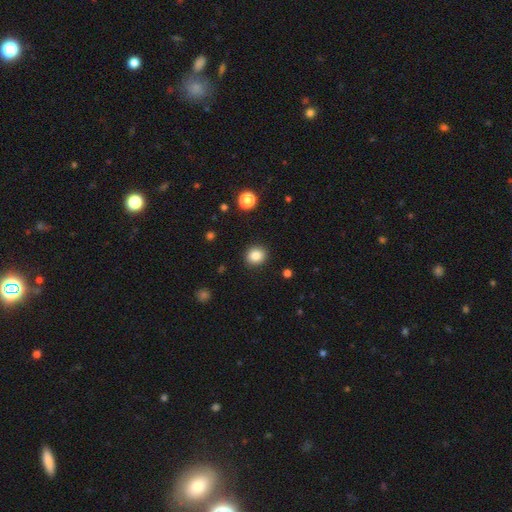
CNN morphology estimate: Smooth or featured?
  - smooth: 85% *
  - star or artifact: 10%
  - featured or disk: 5%
How rounded?
  - round: 79% *
  - in between: 21%
  - cigar-shaped: 1%
Merging?
  - none: 90% *
  - minor disturbance: 6%
  - major disturbance: 2%
  - merger: 1%